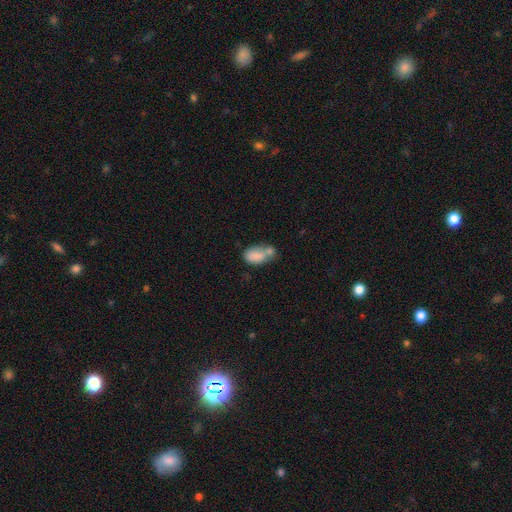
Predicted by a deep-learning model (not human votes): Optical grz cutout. It shows a smooth galaxy with no disk features (78%) that is in between round and cigar-shaped (88%). Merging: merger (48%).